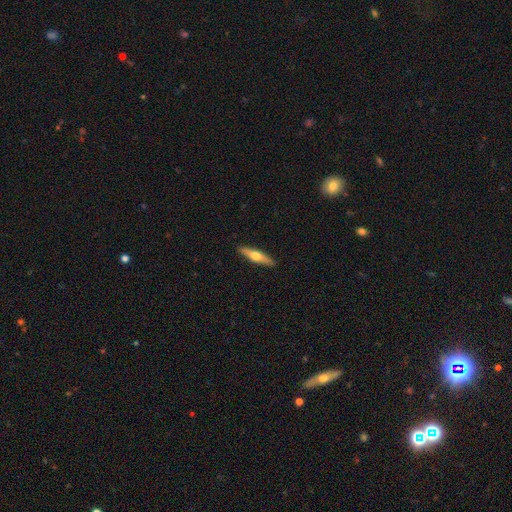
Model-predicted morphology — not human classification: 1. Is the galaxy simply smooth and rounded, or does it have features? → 53% featured or disk, 42% smooth, 5% star or artifact.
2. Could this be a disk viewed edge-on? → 93% yes, 7% no.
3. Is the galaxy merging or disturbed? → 91% none, 7% minor disturbance, 1% major disturbance, 1% merger.